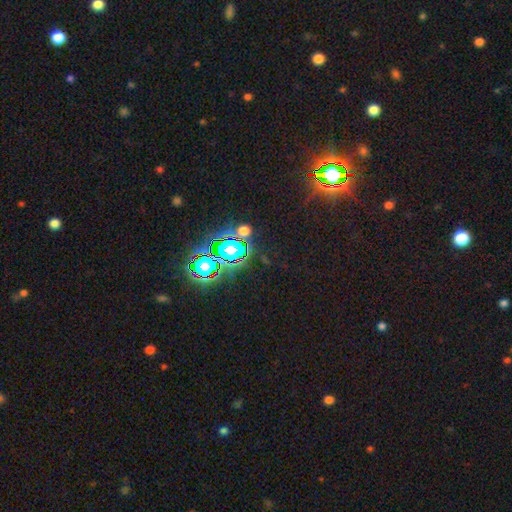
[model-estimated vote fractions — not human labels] Morphology: type=star or artifact (82%).